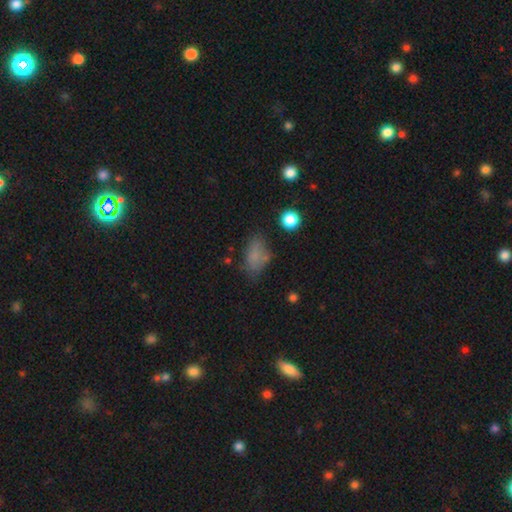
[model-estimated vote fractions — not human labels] A smooth galaxy with no disk features (72%) that is in between round and cigar-shaped (87%). Merging: none (56%).